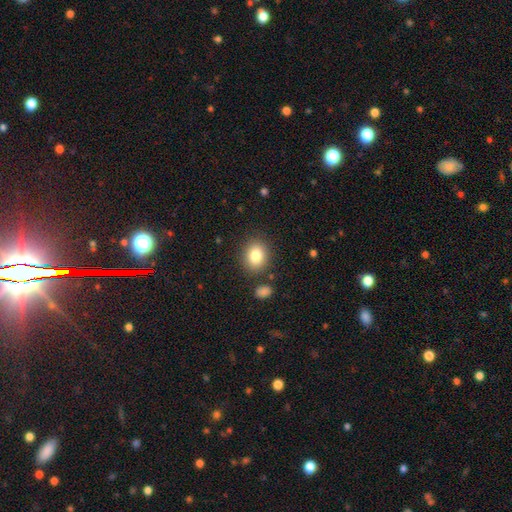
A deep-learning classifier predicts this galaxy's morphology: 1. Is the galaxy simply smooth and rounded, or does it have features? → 82% smooth, 10% star or artifact, 8% featured or disk.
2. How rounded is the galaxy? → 62% round, 37% in between, 1% cigar-shaped.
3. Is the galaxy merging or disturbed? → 85% none, 9% minor disturbance, 3% merger, 3% major disturbance.